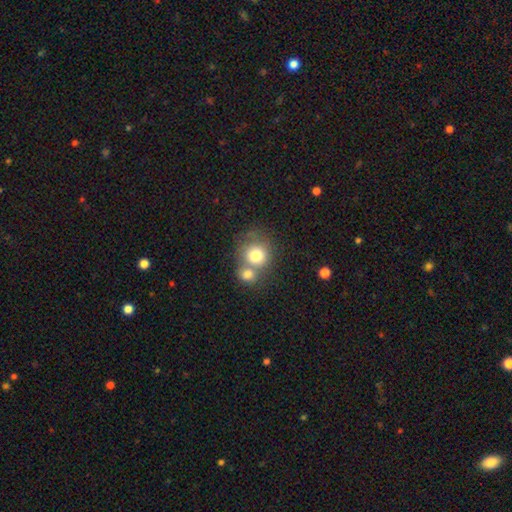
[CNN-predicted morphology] smooth_or_featured: smooth (p=0.76) [alt: featured or disk p=0.14]
how_rounded: round (p=0.84) [alt: in between p=0.15]
merging: merger (p=0.52) [alt: none p=0.36]